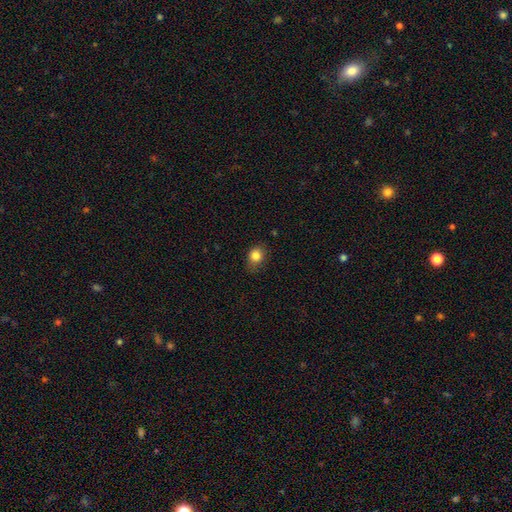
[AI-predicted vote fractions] Smooth or featured? smooth (83%)
How rounded? round (64%)
Merging? none (72%)